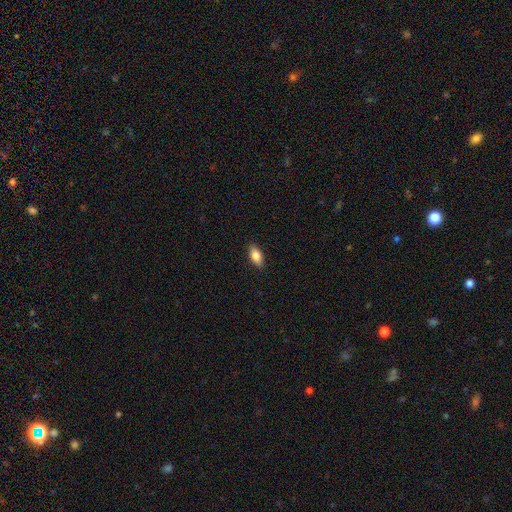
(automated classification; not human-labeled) A smooth galaxy with no disk features (84%) that is in between round and cigar-shaped (90%).

Vote fractions:
- Smooth or featured? smooth: 84% / featured or disk: 9% / star or artifact: 7%
- How rounded? in between: 90% / cigar-shaped: 7% / round: 4%
- Merging? none: 89% / minor disturbance: 8% / major disturbance: 2% / merger: 1%